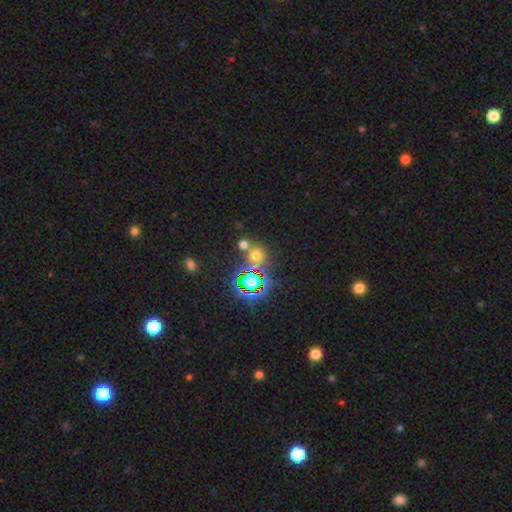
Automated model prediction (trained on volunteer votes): Overall: smooth (52%; star or artifact 40%). How rounded: round (83%). Merging: none (64%).